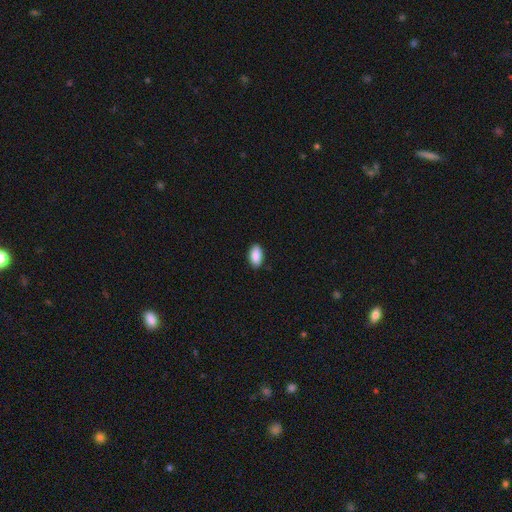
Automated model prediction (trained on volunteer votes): Smooth or featured: smooth — 90% (star or artifact — 7%)
How rounded: in between — 94% (round — 3%)
Merging: none — 88% (minor disturbance — 9%)